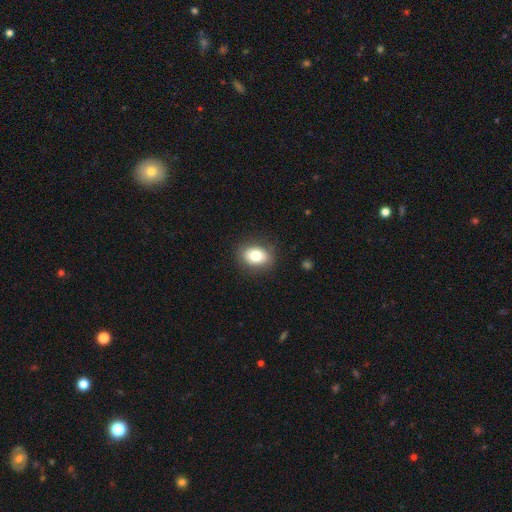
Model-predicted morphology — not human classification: Smooth or featured: smooth — 78% (featured or disk — 13%)
How rounded: in between — 66% (round — 33%)
Merging: none — 85% (minor disturbance — 11%)